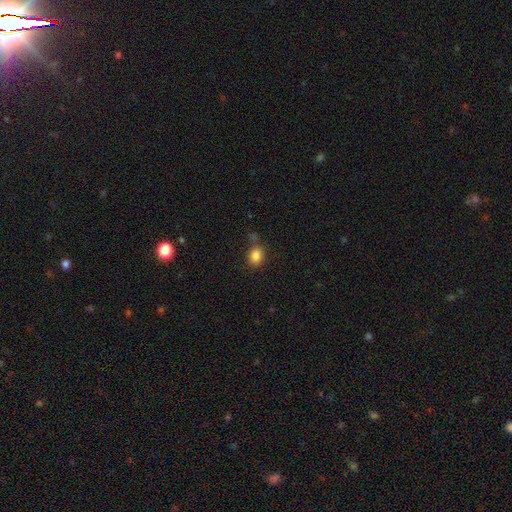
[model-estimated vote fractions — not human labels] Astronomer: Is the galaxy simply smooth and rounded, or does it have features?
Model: smooth — 85%.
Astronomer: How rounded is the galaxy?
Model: in between — 55% (runner-up: round, 44%).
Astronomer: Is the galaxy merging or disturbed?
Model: none — 73%.